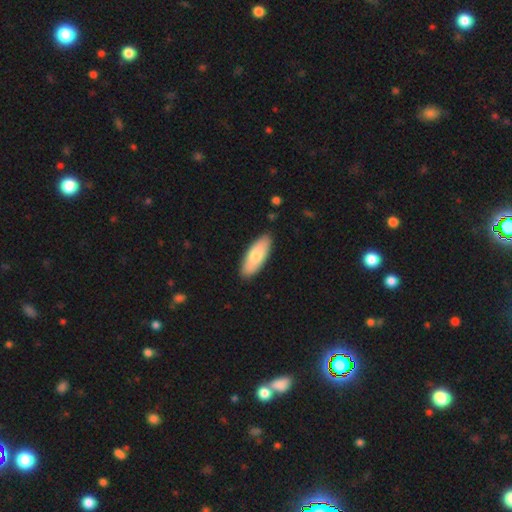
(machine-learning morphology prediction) A smooth galaxy with no disk features (76%) that is in between round and cigar-shaped (77%). Merging: none (88%).